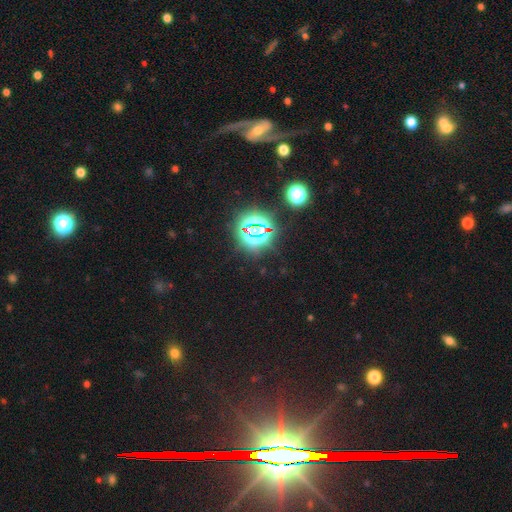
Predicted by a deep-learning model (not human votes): Smooth or featured: star or artifact — 76% (smooth — 13%)